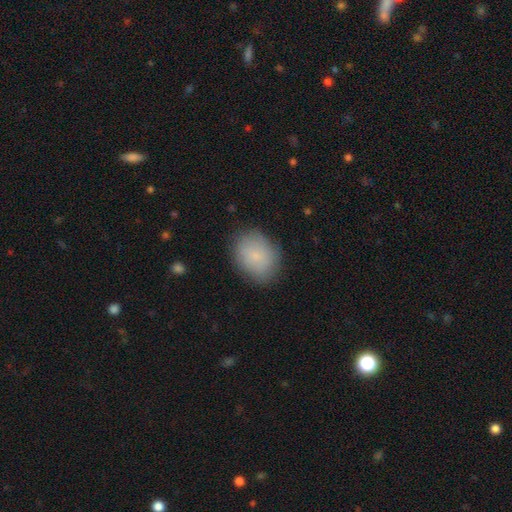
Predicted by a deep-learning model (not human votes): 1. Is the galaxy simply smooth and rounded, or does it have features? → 83% smooth, 10% featured or disk, 7% star or artifact.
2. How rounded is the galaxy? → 65% in between, 34% round, 1% cigar-shaped.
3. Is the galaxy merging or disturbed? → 82% none, 13% minor disturbance, 4% major disturbance, 1% merger.